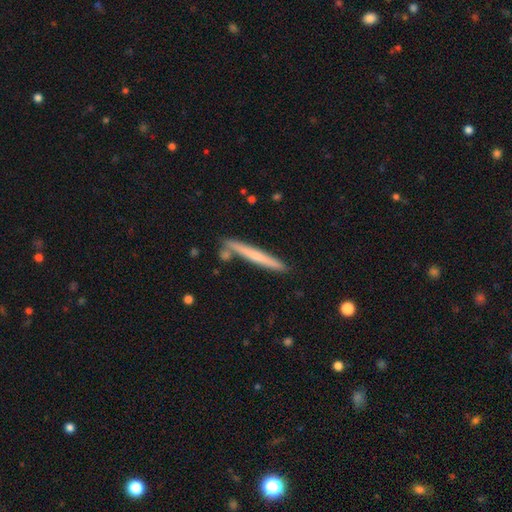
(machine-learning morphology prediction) Smooth or featured? smooth (56%)
How rounded? cigar-shaped (96%)
Merging? none (82%)